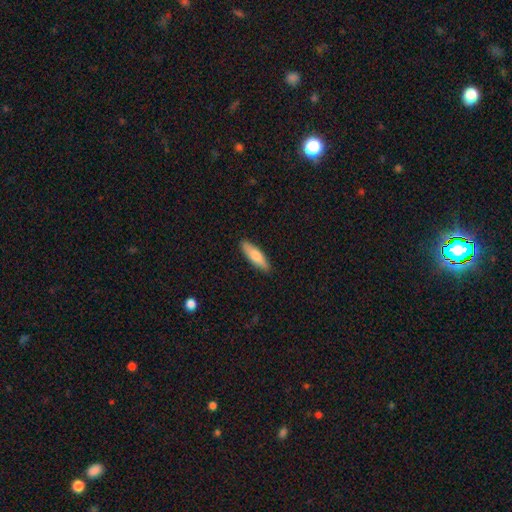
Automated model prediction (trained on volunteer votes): A smooth galaxy with no disk features (74%) that is cigar-shaped (59%).

Vote fractions:
- Smooth or featured? smooth: 74% / featured or disk: 21% / star or artifact: 6%
- How rounded? cigar-shaped: 59% / in between: 39% / round: 2%
- Merging? none: 89% / minor disturbance: 8% / major disturbance: 2% / merger: 1%